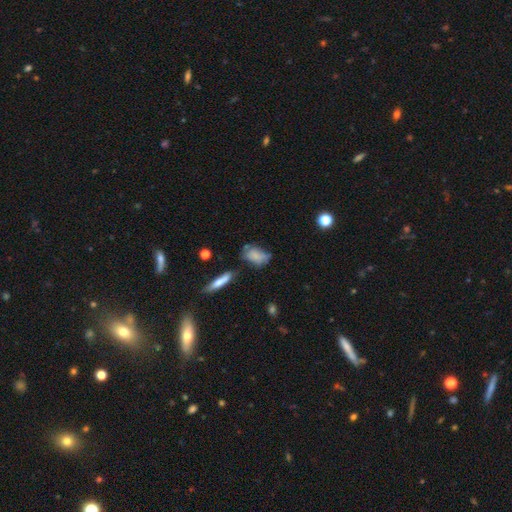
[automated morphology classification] The model was most divided on "merging": none: 48%, minor disturbance: 30%, major disturbance: 12%, merger: 10%. More confident: how rounded — in between (85%); smooth or featured — smooth (71%).